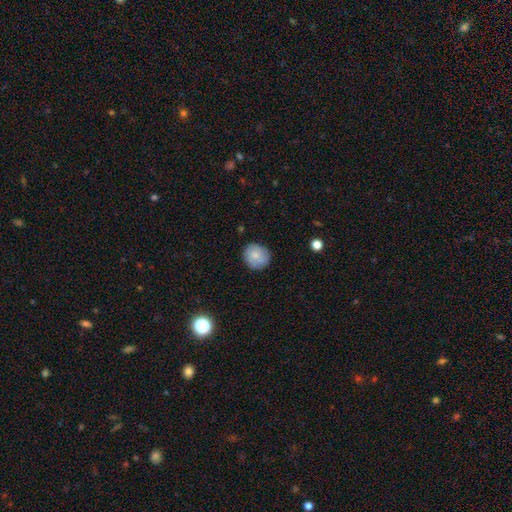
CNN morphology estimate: Overall: smooth (74%). How rounded: round (86%). Merging: none (83%).